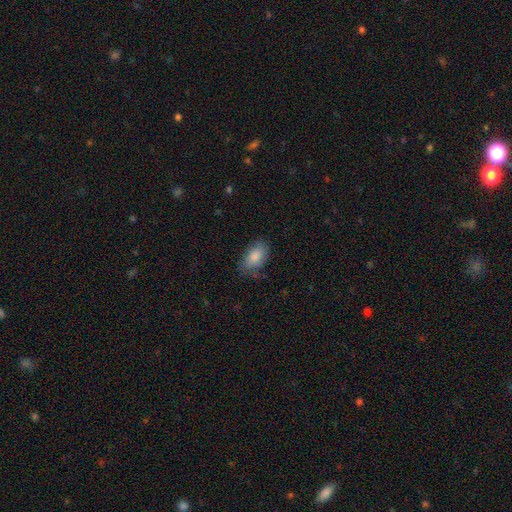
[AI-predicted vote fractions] Smooth or featured? smooth (85%)
How rounded? in between (91%)
Merging? none (74%)